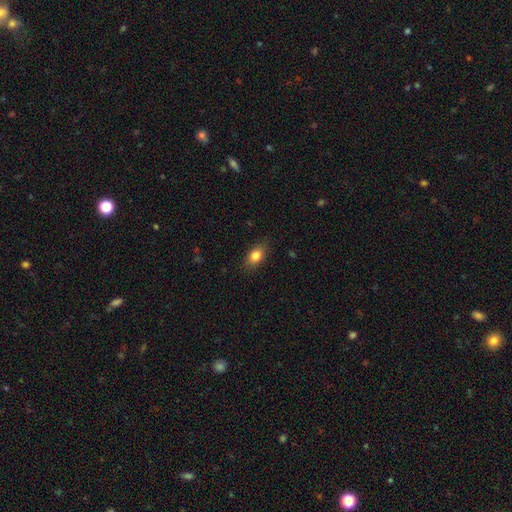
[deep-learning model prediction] Smooth or featured? Predicted: smooth (p=0.82). How rounded? Predicted: in between (p=0.80). Merging? Predicted: none (p=0.84).